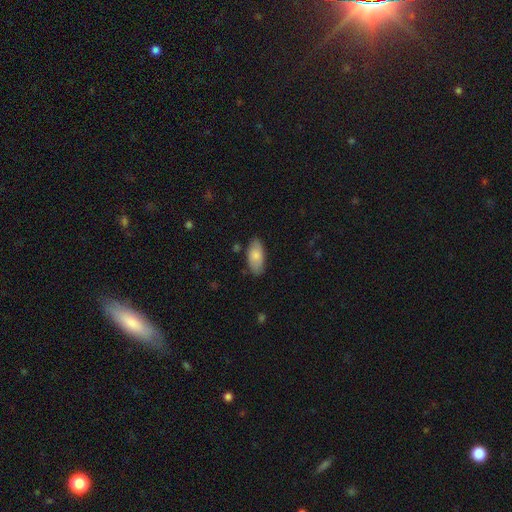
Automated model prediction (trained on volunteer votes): Q: Smooth or featured?
A: smooth (80%); runner-up: featured or disk (14%)
Q: How rounded?
A: in between (91%); runner-up: cigar-shaped (7%)
Q: Merging?
A: none (78%); runner-up: minor disturbance (17%)